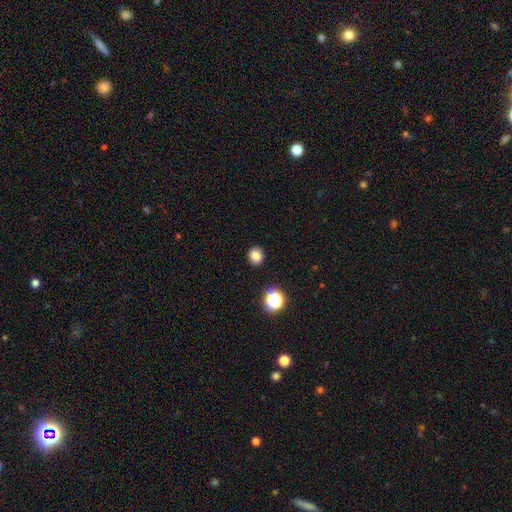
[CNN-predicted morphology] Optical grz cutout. It shows a smooth galaxy with no disk features (81%) that is round (81%). Merging: none (91%).